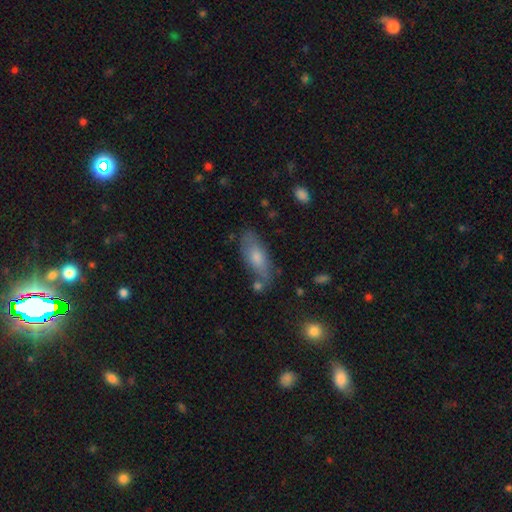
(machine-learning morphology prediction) This appears to be a smooth galaxy with no disk features (68%) that is in between round and cigar-shaped (74%). Merging: none (70%).